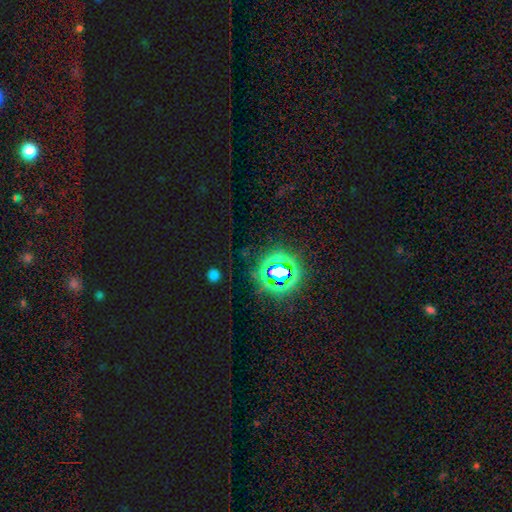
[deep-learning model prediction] star or artifact 77%, smooth 14%, featured or disk 9%.